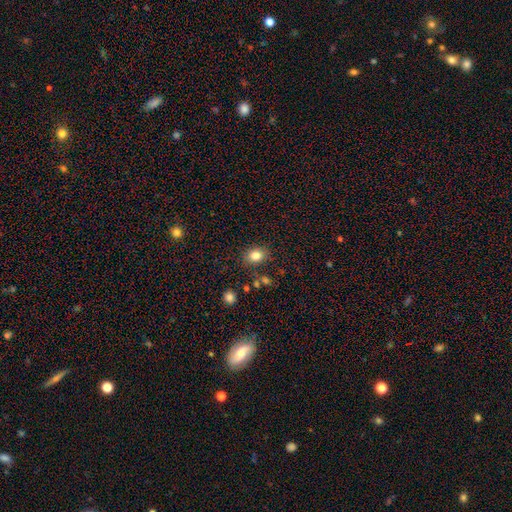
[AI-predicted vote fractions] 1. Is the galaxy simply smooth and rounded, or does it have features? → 83% smooth, 10% star or artifact, 7% featured or disk.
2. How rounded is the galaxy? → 59% in between, 40% round, 1% cigar-shaped.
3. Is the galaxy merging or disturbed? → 81% none, 12% minor disturbance, 4% merger, 3% major disturbance.